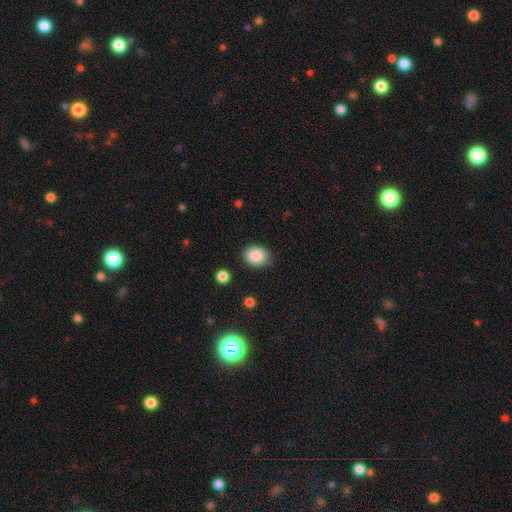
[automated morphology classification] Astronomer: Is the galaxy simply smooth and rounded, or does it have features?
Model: smooth — 87%.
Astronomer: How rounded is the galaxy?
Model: round — 59% (runner-up: in between, 40%).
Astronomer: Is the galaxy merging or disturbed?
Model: none — 82%.